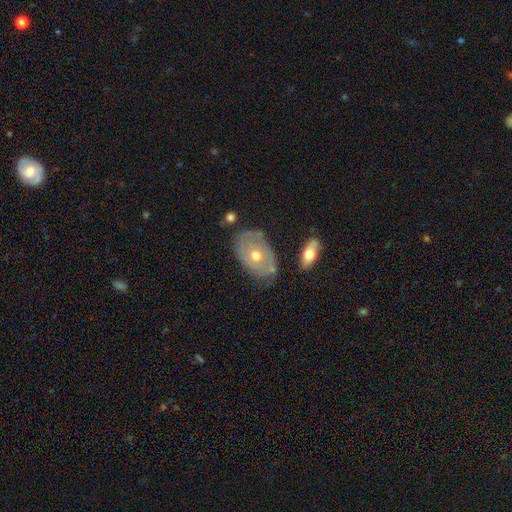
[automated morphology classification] This appears to be a featured or disk galaxy (58%) with no bar (89%), no spiral arms (60%) and a moderate central bulge (70%). Merging: none (63%).